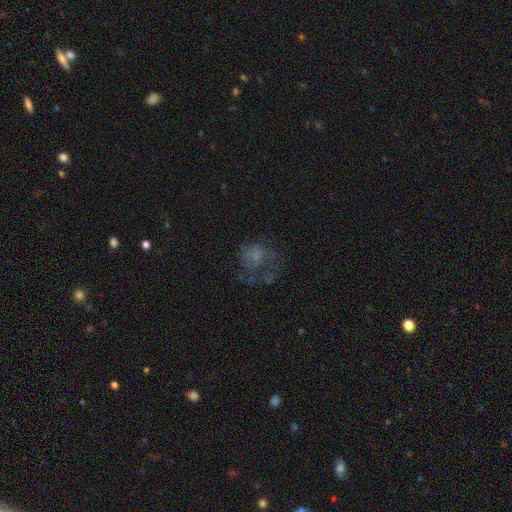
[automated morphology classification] Smooth or featured: smooth — 43% (featured or disk — 39%)
Merging: major disturbance — 45% (none — 34%)